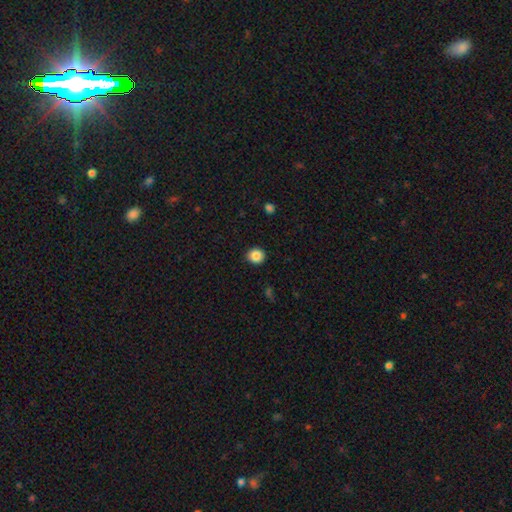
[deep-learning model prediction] Overall: smooth (87%). How rounded: round (87%). Merging: none (91%).